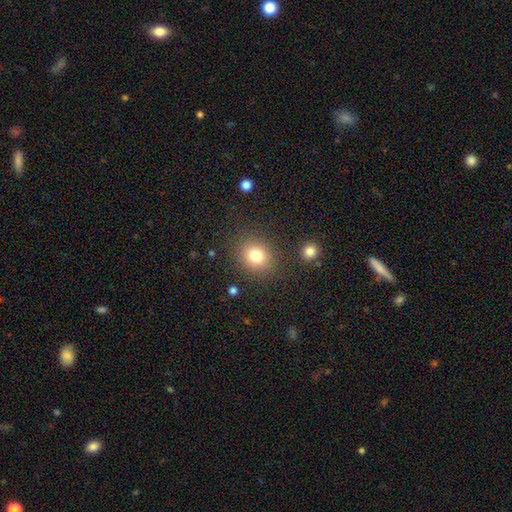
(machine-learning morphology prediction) This appears to be a smooth galaxy with no disk features (80%) that is round (77%). Merging: none (85%).